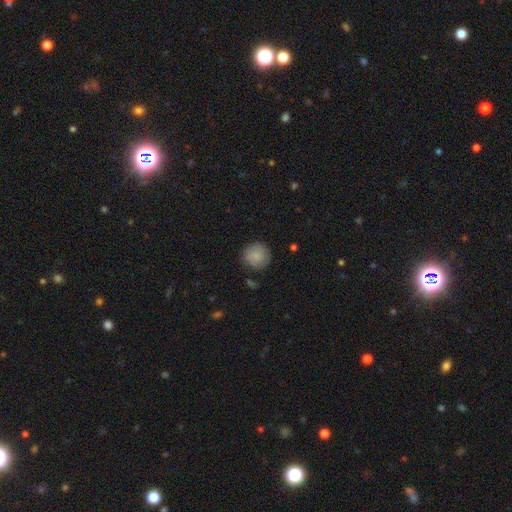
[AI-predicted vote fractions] Smooth or featured? Predicted: smooth (p=0.87). How rounded? Predicted: round (p=0.93). Merging? Predicted: none (p=0.85).